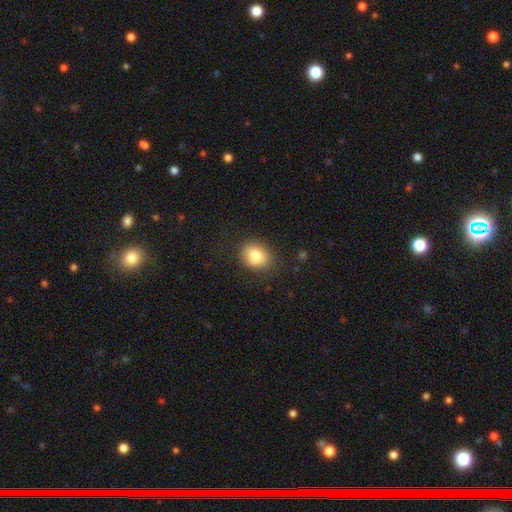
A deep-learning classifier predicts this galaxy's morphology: smooth_or_featured: smooth (p=0.82) [alt: featured or disk p=0.09]
how_rounded: in between (p=0.51) [alt: round p=0.48]
merging: none (p=0.78) [alt: minor disturbance p=0.16]